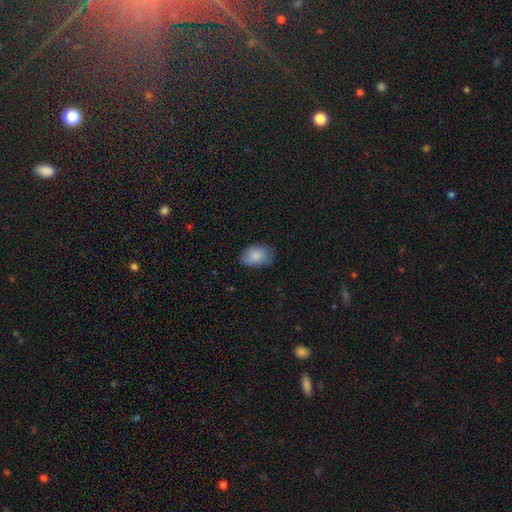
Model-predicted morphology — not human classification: The model was most divided on "merging": none: 69%, minor disturbance: 24%, major disturbance: 6%, merger: 1%. More confident: how rounded — in between (87%); smooth or featured — smooth (85%).